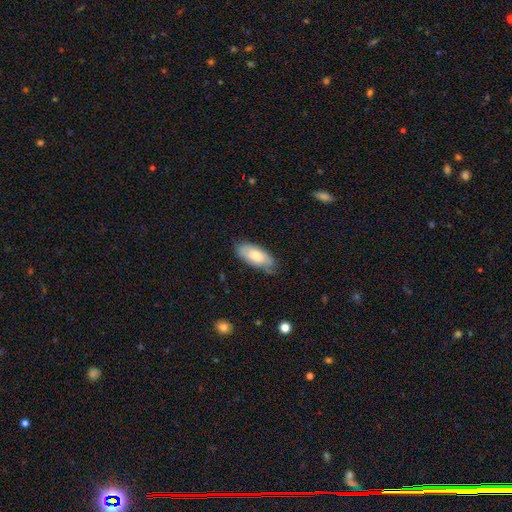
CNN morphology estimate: Q: Smooth or featured?
A: smooth (77%); runner-up: featured or disk (17%)
Q: How rounded?
A: in between (87%); runner-up: cigar-shaped (11%)
Q: Merging?
A: none (74%); runner-up: minor disturbance (22%)